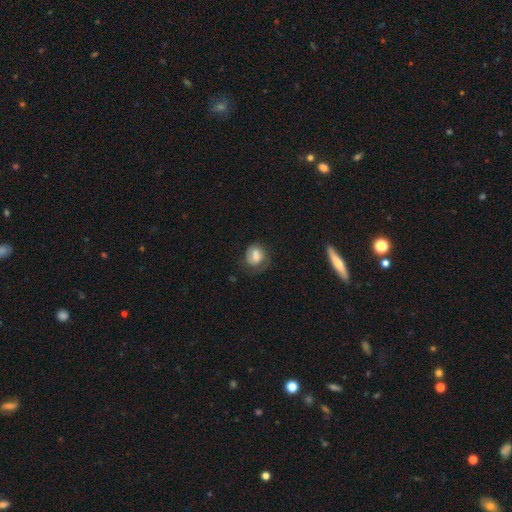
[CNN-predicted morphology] This is likely a smooth galaxy (70%). How rounded: possibly round (58%). Merging: possibly none (50%).